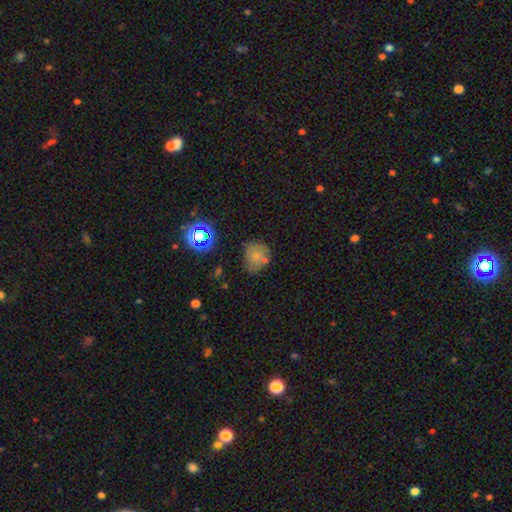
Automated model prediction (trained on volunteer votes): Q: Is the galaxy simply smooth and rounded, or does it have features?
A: smooth — 62%.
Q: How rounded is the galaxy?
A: round — 72%.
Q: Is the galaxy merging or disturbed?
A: none — 54%.